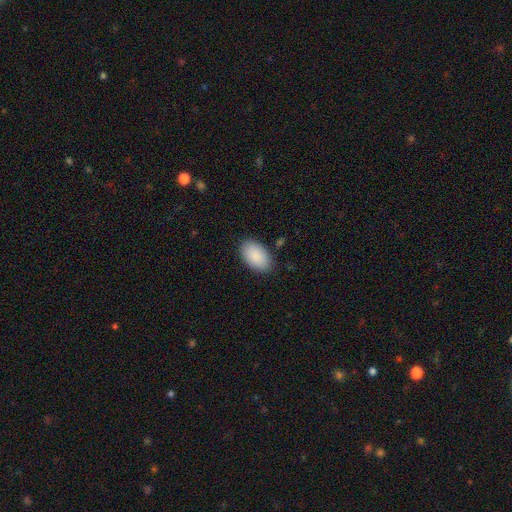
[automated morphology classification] This appears to be a smooth galaxy with no disk features (89%) that is in between round and cigar-shaped (94%). Merging: none (86%).